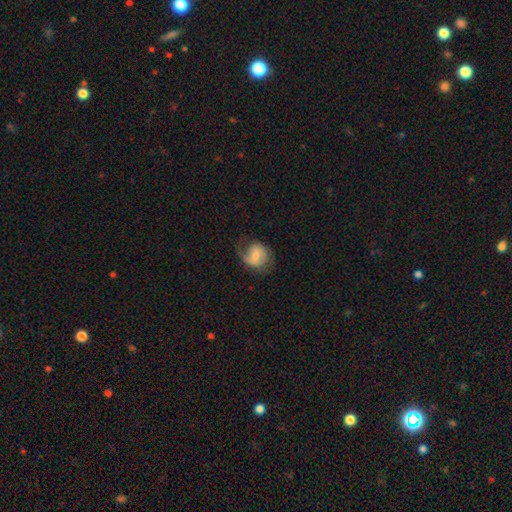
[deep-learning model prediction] featured or disk 51%, smooth 42%, star or artifact 7%. Down the decision tree: edge-on disk — no (97%); merging — none (53%).